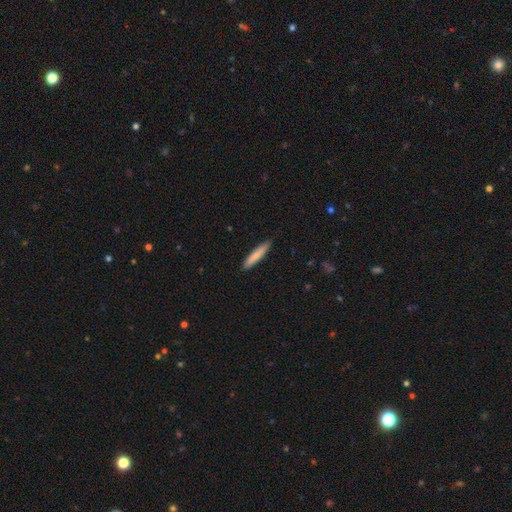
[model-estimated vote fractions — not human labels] Smooth or featured? smooth (78%)
How rounded? cigar-shaped (90%)
Merging? none (89%)